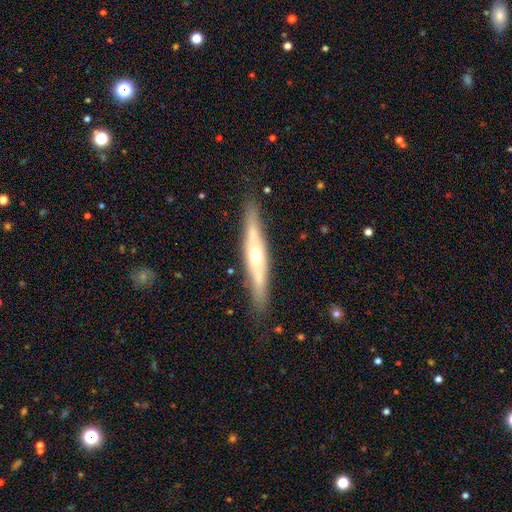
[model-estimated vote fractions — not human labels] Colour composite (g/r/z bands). It shows a featured or disk galaxy (66%) viewed edge-on (88%) with a rounded central bulge (81%). Merging: none (86%).